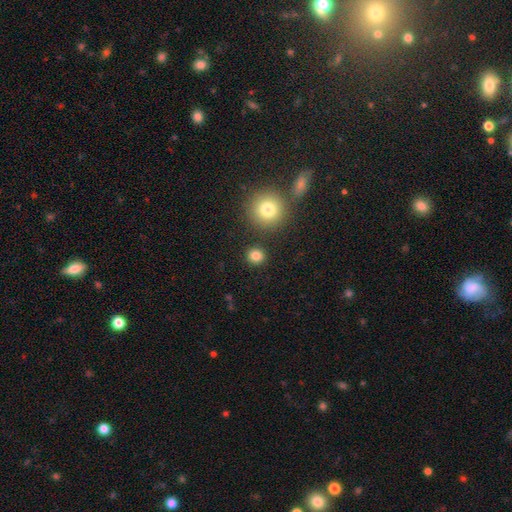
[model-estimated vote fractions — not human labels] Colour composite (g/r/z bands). It shows a smooth galaxy with no disk features (82%) that is round (90%). Merging: none (87%).